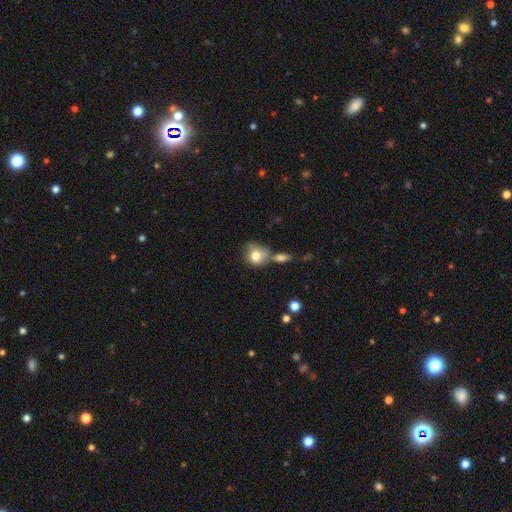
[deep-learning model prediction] Smooth or featured? smooth (79%)
How rounded? round (74%)
Merging? none (43%)